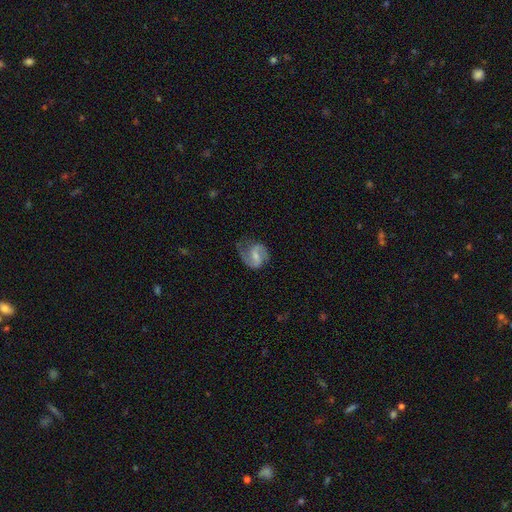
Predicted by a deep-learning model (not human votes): Morphology: type=featured or disk (77%); edge-on=no (98%); bar=weak (52%); spiral arms=yes (94%); winding=medium (50%); arm count=2 (85%); bulge=small (41%); merging=none (63%).